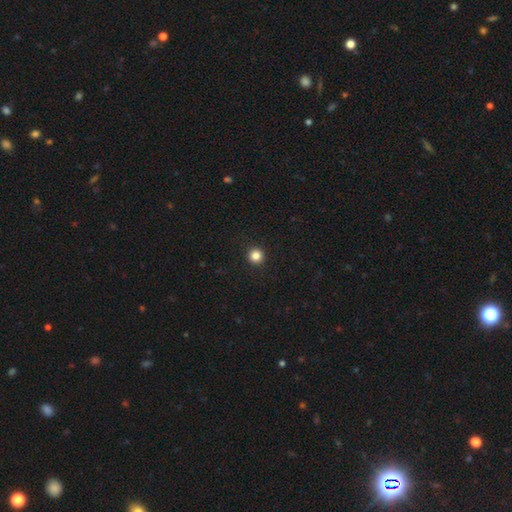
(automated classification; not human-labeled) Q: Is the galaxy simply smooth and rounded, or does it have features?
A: smooth — 84%.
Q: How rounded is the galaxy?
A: round — 96%.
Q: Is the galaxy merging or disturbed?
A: none — 94%.